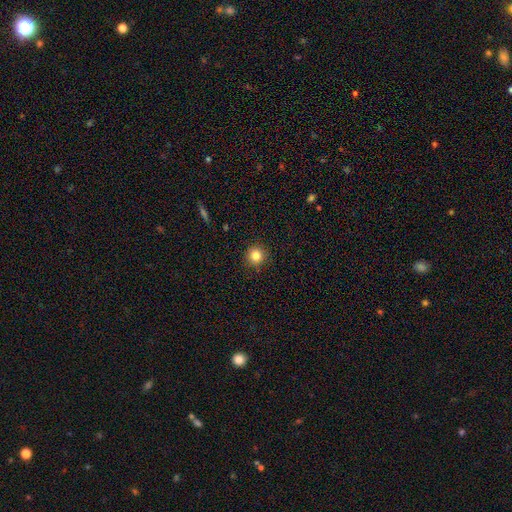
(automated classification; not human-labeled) The model was most divided on "smooth or featured": smooth: 83%, star or artifact: 11%, featured or disk: 6%. More confident: how rounded — round (94%); merging — none (91%).